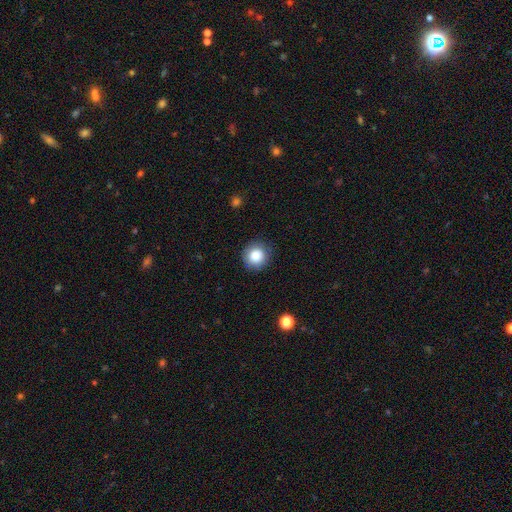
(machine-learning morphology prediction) A smooth galaxy with no disk features (85%) that is round (93%).

Vote fractions:
- Smooth or featured? smooth: 85% / star or artifact: 9% / featured or disk: 6%
- How rounded? round: 93% / in between: 6% / cigar-shaped: 1%
- Merging? none: 87% / minor disturbance: 9% / major disturbance: 2% / merger: 1%